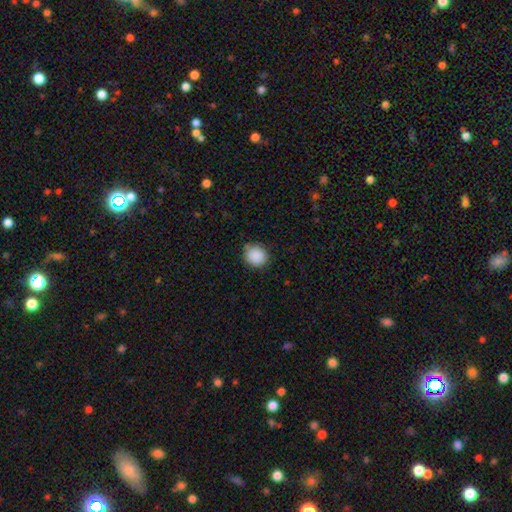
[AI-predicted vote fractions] smooth_or_featured: smooth (p=0.89) [alt: star or artifact p=0.08]
how_rounded: round (p=0.87) [alt: in between p=0.12]
merging: none (p=0.85) [alt: minor disturbance p=0.11]